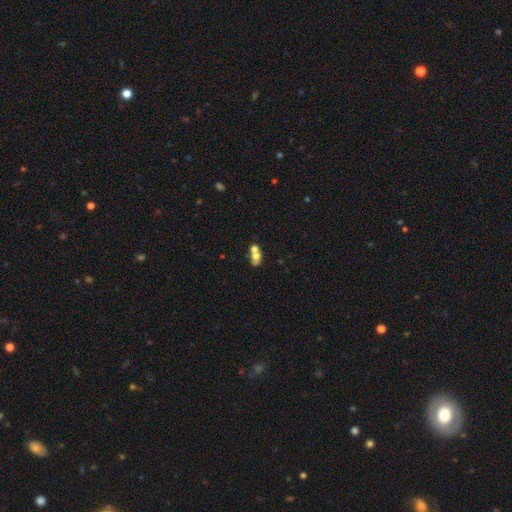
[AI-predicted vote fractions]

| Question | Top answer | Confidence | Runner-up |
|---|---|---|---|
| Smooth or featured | smooth | 61% | featured or disk (28%) |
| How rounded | in between | 64% | round (33%) |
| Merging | merger | 60% | none (26%) |